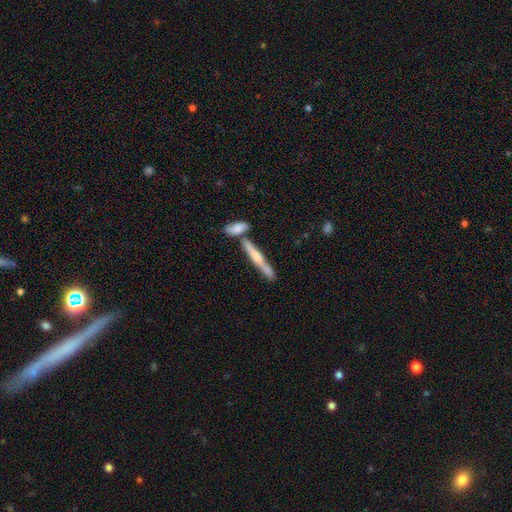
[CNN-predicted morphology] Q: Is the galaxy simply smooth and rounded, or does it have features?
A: featured or disk — 62%.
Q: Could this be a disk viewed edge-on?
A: yes — 91%.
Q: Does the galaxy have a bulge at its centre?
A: rounded — 77%.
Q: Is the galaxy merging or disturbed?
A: none — 65%.